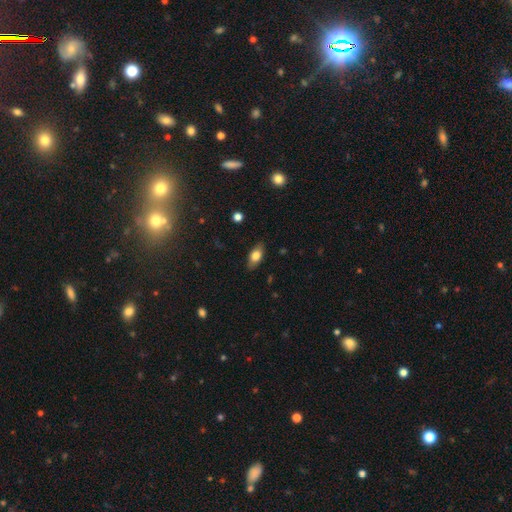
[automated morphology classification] Smooth or featured? smooth (75%)
How rounded? in between (87%)
Merging? none (84%)